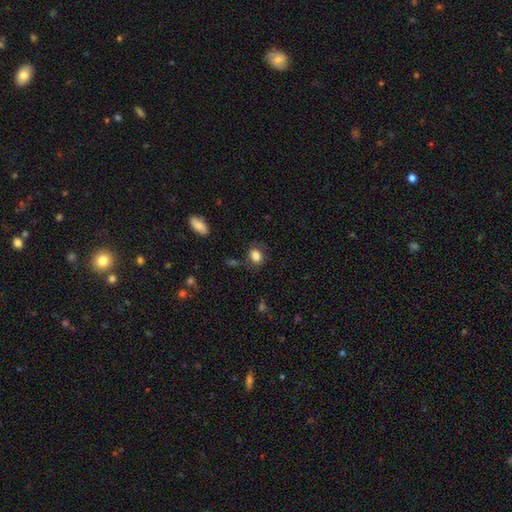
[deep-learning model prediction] Overall: smooth (84%). How rounded: in between (57%; round 42%). Merging: none (76%).